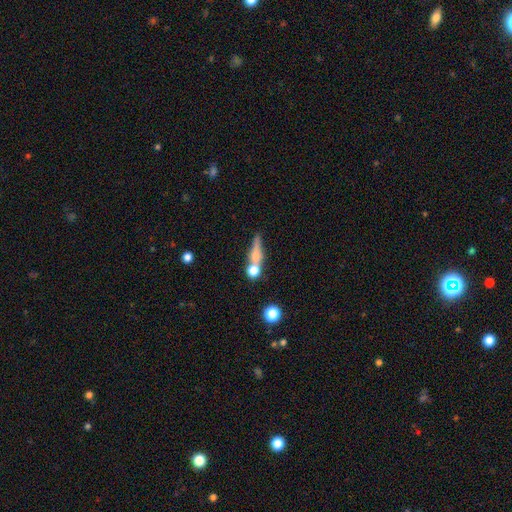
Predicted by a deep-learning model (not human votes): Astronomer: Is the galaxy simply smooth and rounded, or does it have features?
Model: smooth — 54% (runner-up: featured or disk, 34%).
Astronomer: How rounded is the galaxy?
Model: cigar-shaped — 52%.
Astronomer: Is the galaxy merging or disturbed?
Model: none — 46% (runner-up: merger, 31%).